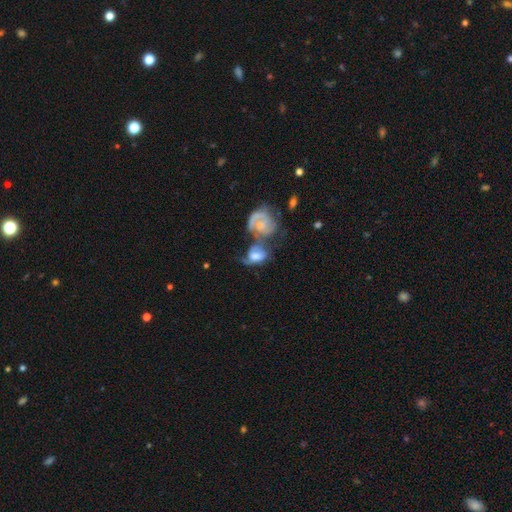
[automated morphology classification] The model was most divided on "bulge size": moderate: 37%, large: 25%, small: 19%, none: 14%, dominant: 4%. More confident: edge-on disk — no (95%); spiral arms — yes (77%); bar — no (63%); smooth or featured — featured or disk (59%); merging — merger (55%).